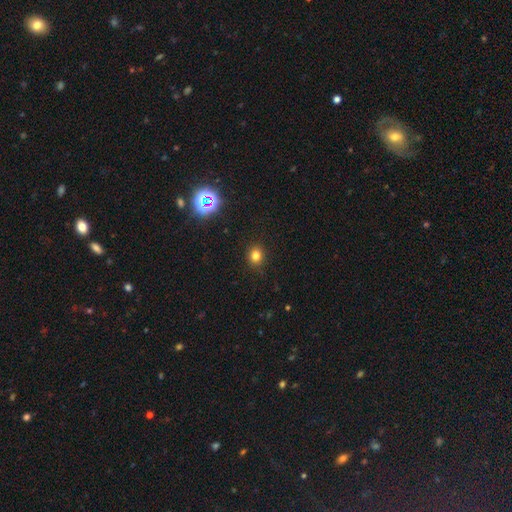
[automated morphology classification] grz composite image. It shows a smooth galaxy with no disk features (78%) that is round (79%). Merging: none (89%).